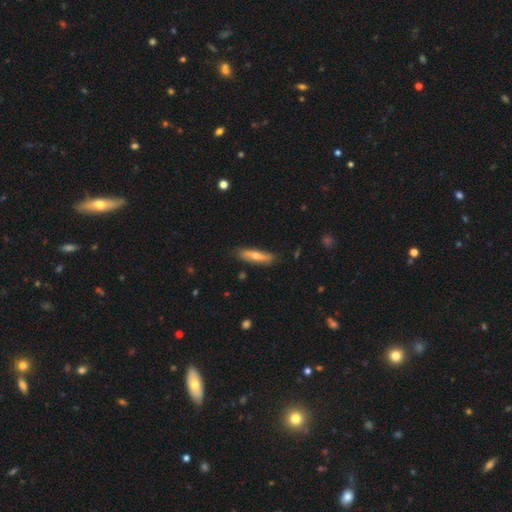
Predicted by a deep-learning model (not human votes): A smooth galaxy with no disk features (48%).

Vote fractions:
- Smooth or featured? smooth: 48% / featured or disk: 46% / star or artifact: 6%
- Merging? none: 84% / minor disturbance: 13% / major disturbance: 2% / merger: 1%